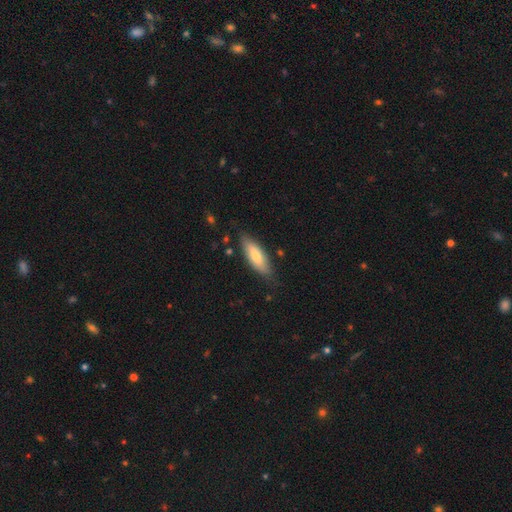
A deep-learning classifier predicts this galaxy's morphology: A smooth galaxy with no disk features (73%) that is in between round and cigar-shaped (61%).

Vote fractions:
- Smooth or featured? smooth: 73% / featured or disk: 22% / star or artifact: 5%
- How rounded? in between: 61% / cigar-shaped: 38% / round: 2%
- Merging? none: 78% / minor disturbance: 17% / major disturbance: 3% / merger: 2%